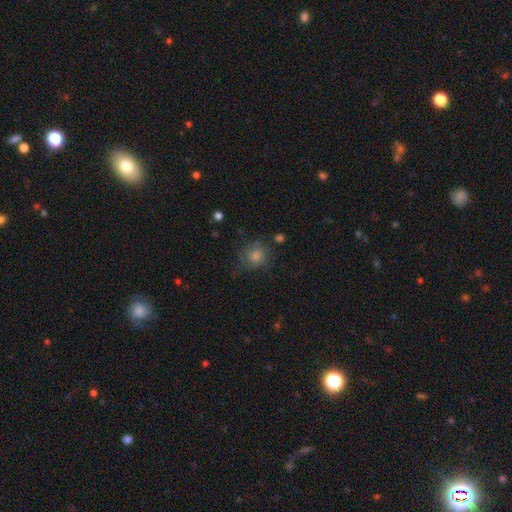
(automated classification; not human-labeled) The model was most divided on "smooth or featured": smooth: 65%, star or artifact: 20%, featured or disk: 15%. More confident: how rounded — round (82%); merging — none (70%).